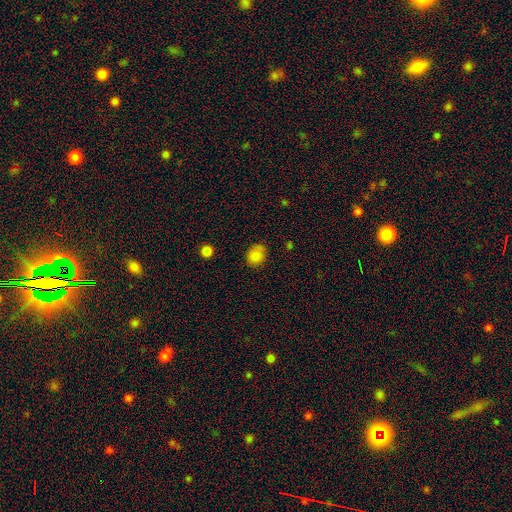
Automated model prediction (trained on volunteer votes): smooth_or_featured: smooth (p=0.84) [alt: star or artifact p=0.11]
how_rounded: round (p=0.55) [alt: in between p=0.44]
merging: none (p=0.72) [alt: minor disturbance p=0.21]